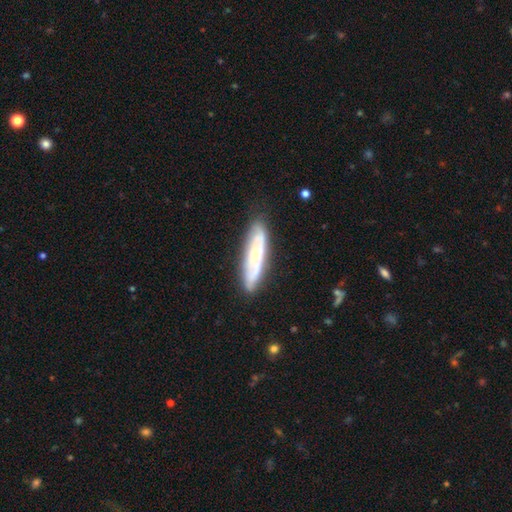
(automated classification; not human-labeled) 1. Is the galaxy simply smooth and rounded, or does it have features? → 55% featured or disk, 39% smooth, 7% star or artifact.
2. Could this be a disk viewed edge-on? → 59% no, 41% yes.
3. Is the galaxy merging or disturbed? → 81% none, 14% minor disturbance, 3% major disturbance, 2% merger.